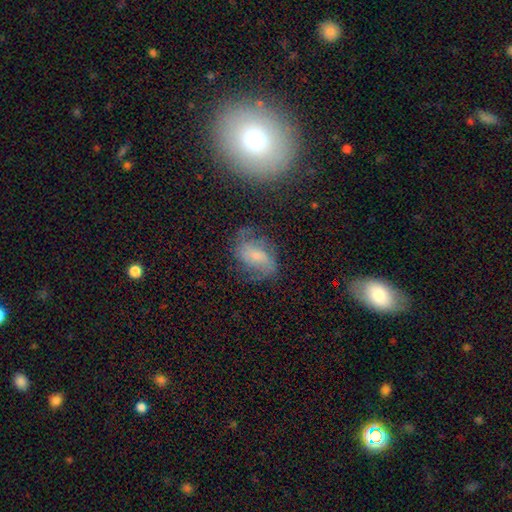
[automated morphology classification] smooth_or_featured: featured or disk (p=0.60) [alt: smooth p=0.29]
disk_edge_on: no (p=0.96) [alt: yes p=0.04]
bar: no (p=0.46) [alt: weak p=0.39]
has_spiral_arms: yes (p=0.85) [alt: no p=0.15]
bulge_size: small (p=0.64) [alt: moderate p=0.25]
merging: none (p=0.57) [alt: minor disturbance p=0.23]